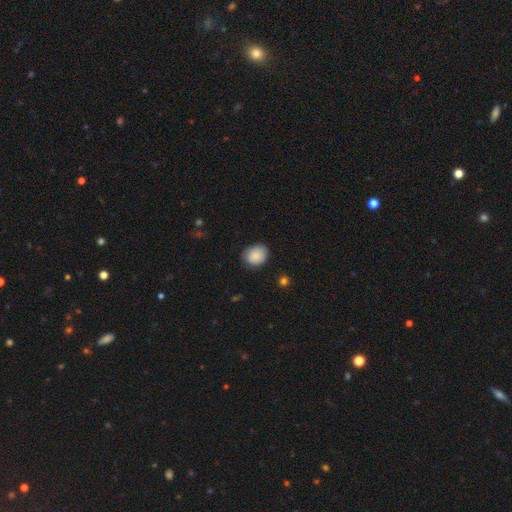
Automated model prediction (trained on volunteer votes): Smooth or featured: smooth — 86% (star or artifact — 7%)
How rounded: round — 59% (in between — 40%)
Merging: none — 77% (minor disturbance — 18%)